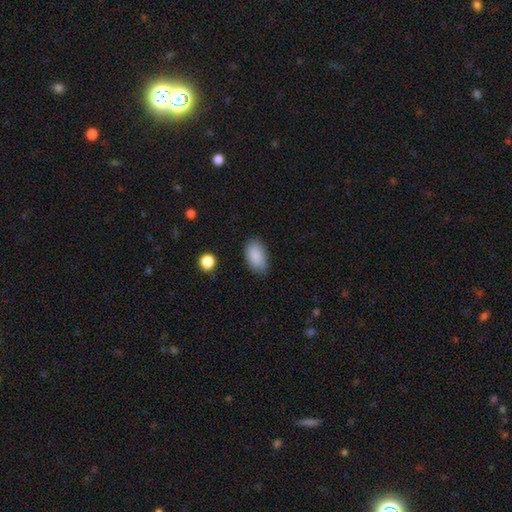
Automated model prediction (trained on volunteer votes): Smooth or featured? Predicted: smooth (p=0.88). How rounded? Predicted: in between (p=0.93). Merging? Predicted: none (p=0.80).